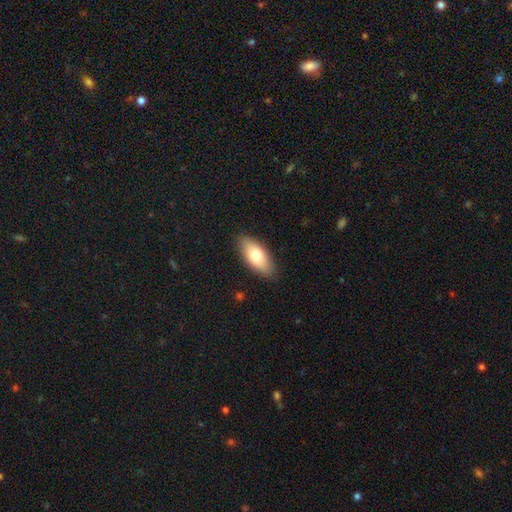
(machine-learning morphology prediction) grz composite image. It shows a smooth galaxy with no disk features (77%) that is in between round and cigar-shaped (84%). Merging: none (87%).